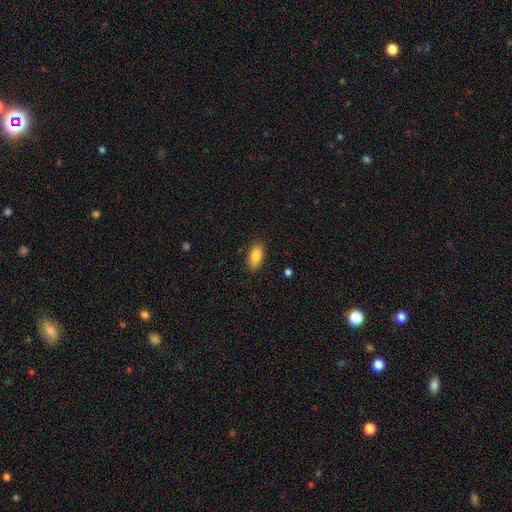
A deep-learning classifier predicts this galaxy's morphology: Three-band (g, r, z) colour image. It shows a smooth galaxy with no disk features (85%) that is in between round and cigar-shaped (89%). Merging: none (86%).